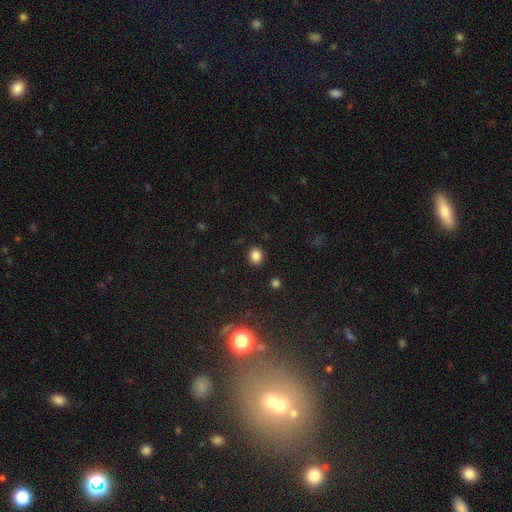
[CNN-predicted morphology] A smooth galaxy with no disk features (85%) that is round (67%). Merging: none (89%).